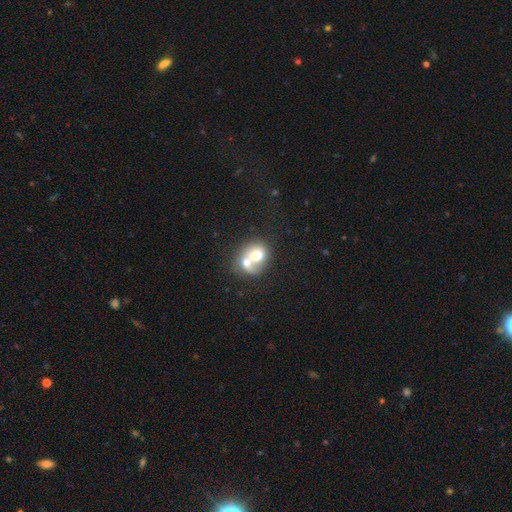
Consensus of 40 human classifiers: A smooth galaxy with no disk features (60%) that is in between round and cigar-shaped (54%). Merging: merger (77%).